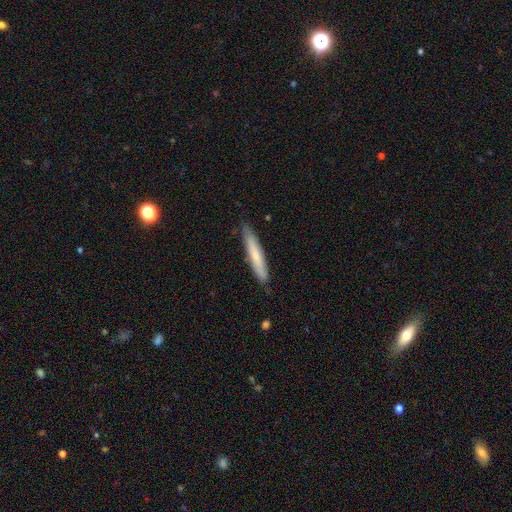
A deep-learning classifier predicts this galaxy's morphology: type=smooth (68%); roundness=cigar-shaped (92%); merging=none (84%).